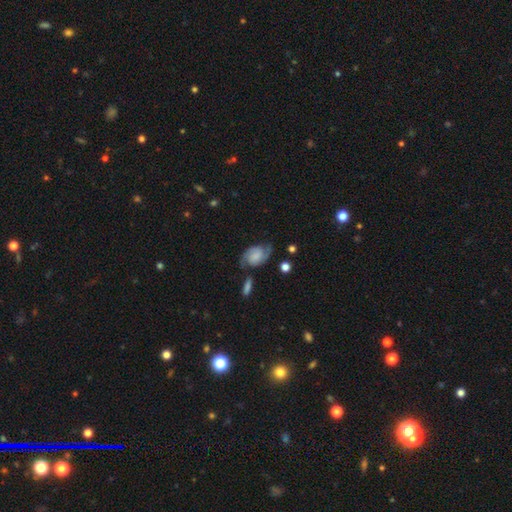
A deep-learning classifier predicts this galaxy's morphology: This appears to be a featured or disk galaxy (74%) with no bar (57%), 2 (90%) medium (50%) spiral arms (95%) and no central bulge (47%). Merging: none (68%).